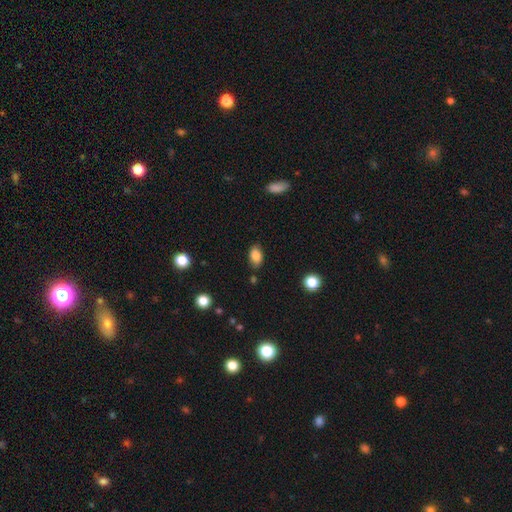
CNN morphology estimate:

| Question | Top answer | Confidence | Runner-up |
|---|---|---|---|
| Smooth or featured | smooth | 83% | star or artifact (9%) |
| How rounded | in between | 87% | round (11%) |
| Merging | none | 81% | minor disturbance (13%) |